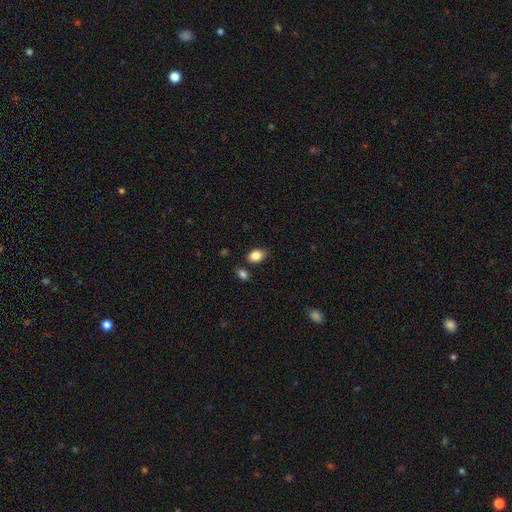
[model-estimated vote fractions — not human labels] A smooth galaxy with no disk features (86%) that is in between round and cigar-shaped (74%).

Vote fractions:
- Smooth or featured? smooth: 86% / star or artifact: 9% / featured or disk: 5%
- How rounded? in between: 74% / round: 25% / cigar-shaped: 1%
- Merging? none: 77% / minor disturbance: 14% / merger: 6% / major disturbance: 3%